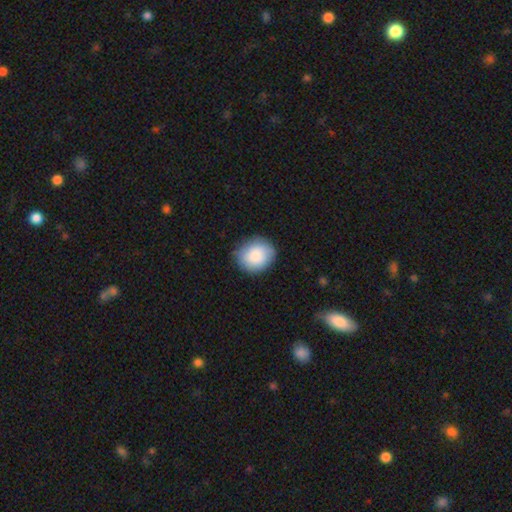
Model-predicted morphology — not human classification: This is clearly a smooth galaxy (86%). How rounded: likely round (63%). Merging: clearly none (82%).